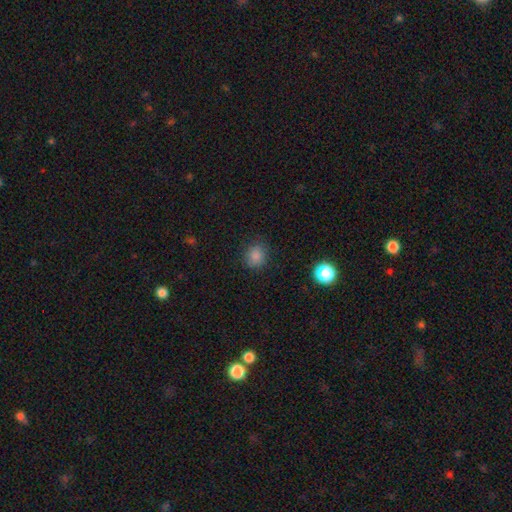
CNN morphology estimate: smooth 83%, star or artifact 13%, featured or disk 4%. Down the decision tree: how rounded — round (74%); merging — none (85%).